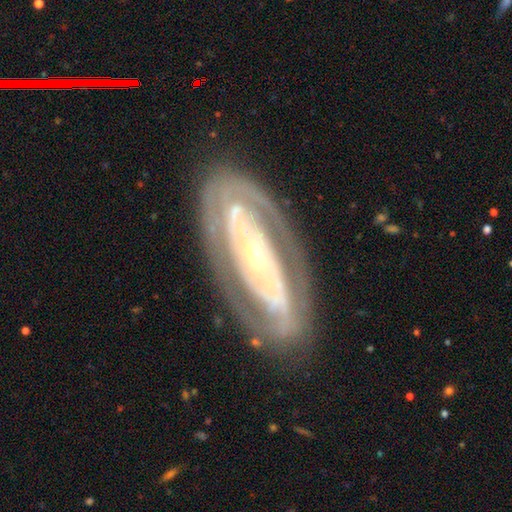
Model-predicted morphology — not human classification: Smooth or featured?
  - featured or disk: 82% *
  - smooth: 12%
  - star or artifact: 5%
Edge-on disk?
  - no: 88% *
  - yes: 12%
Bar?
  - no: 68% *
  - strong: 17%
  - weak: 15%
Spiral arms?
  - yes: 66% *
  - no: 34%
Bulge size?
  - small: 71% *
  - moderate: 24%
  - large: 3%
  - dominant: 1%
  - none: 1%
Merging?
  - none: 78% *
  - minor disturbance: 14%
  - major disturbance: 7%
  - merger: 2%